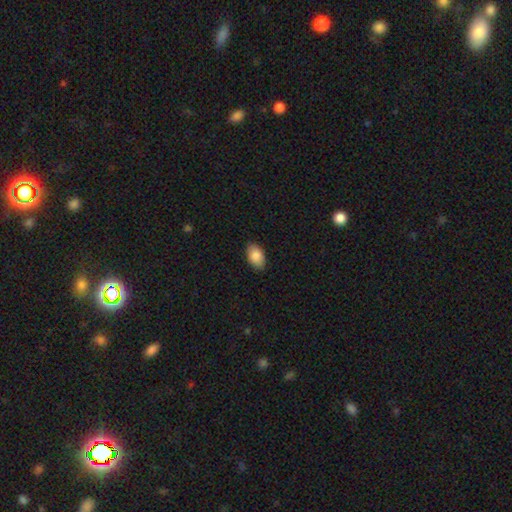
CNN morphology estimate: Smooth or featured? smooth (88%)
How rounded? in between (93%)
Merging? none (88%)